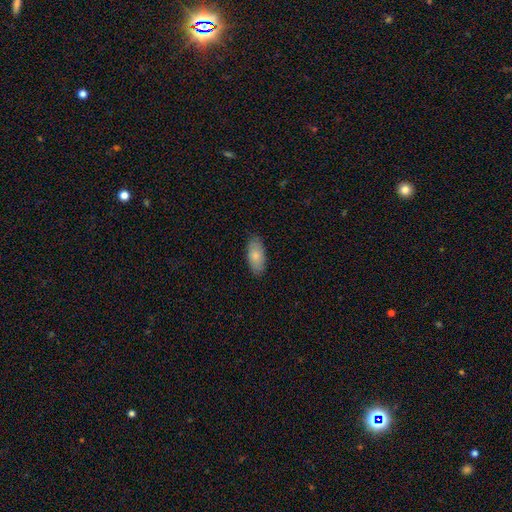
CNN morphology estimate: smooth 81%, featured or disk 13%, star or artifact 6%. Down the decision tree: how rounded — in between (91%); merging — none (84%).